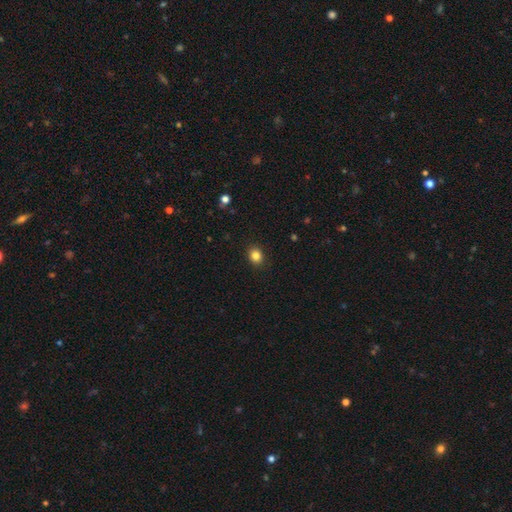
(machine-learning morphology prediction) A smooth galaxy with no disk features (84%) that is round (68%). Merging: none (91%).